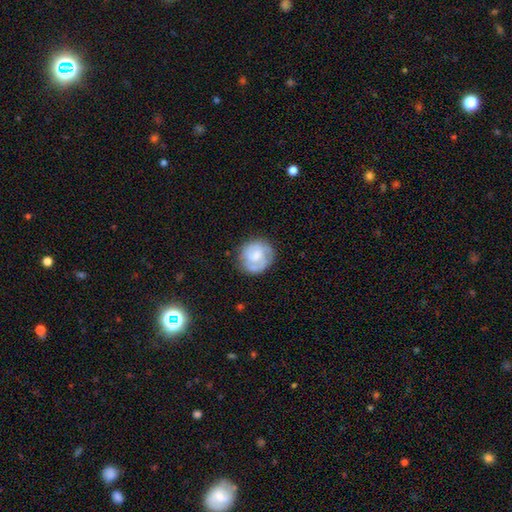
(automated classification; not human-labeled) smooth-or-featured: featured or disk: 48% | smooth: 45% | star or artifact: 7%
  merging: none: 72% | minor disturbance: 19% | major disturbance: 7% | merger: 2%